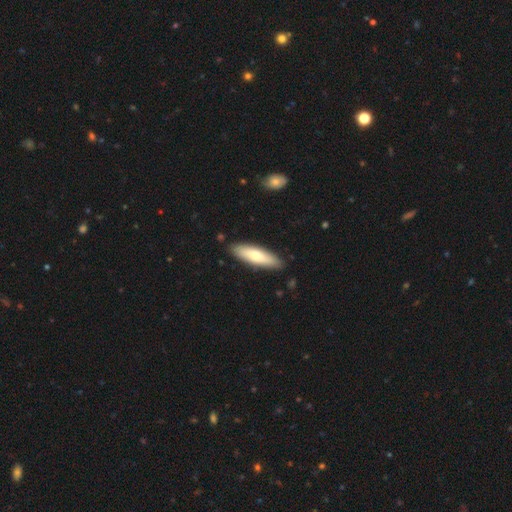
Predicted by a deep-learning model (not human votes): A smooth galaxy with no disk features (64%) that is cigar-shaped (58%).

Vote fractions:
- Smooth or featured? smooth: 64% / featured or disk: 31% / star or artifact: 5%
- How rounded? cigar-shaped: 58% / in between: 40% / round: 2%
- Merging? none: 89% / minor disturbance: 8% / major disturbance: 2% / merger: 1%